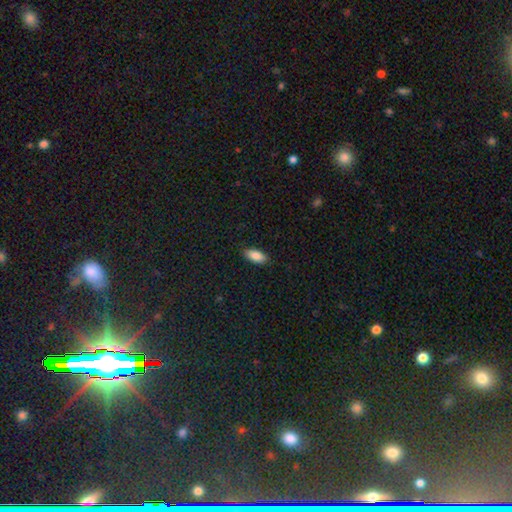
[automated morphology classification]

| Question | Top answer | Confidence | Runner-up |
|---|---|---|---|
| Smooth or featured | smooth | 88% | star or artifact (7%) |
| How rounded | in between | 90% | cigar-shaped (8%) |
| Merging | none | 88% | minor disturbance (9%) |